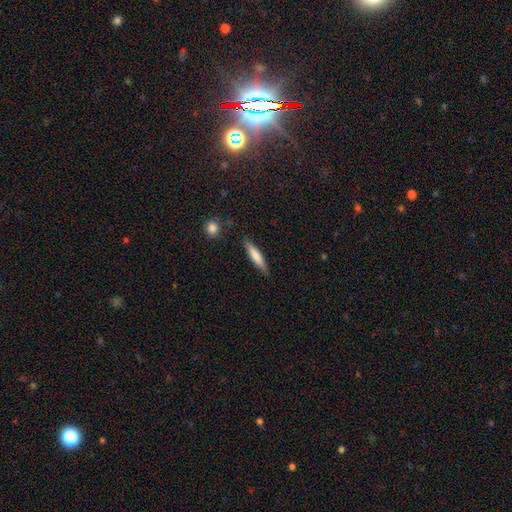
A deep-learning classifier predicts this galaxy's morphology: The model was most divided on "smooth or featured": smooth: 71%, featured or disk: 24%, star or artifact: 6%. More confident: how rounded — cigar-shaped (86%); merging — none (85%).